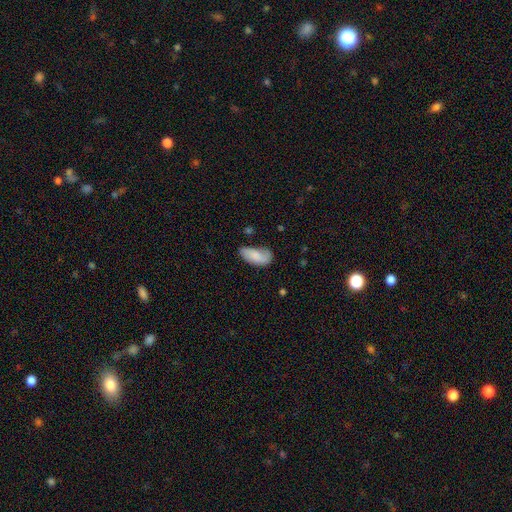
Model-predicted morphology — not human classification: Smooth or featured? smooth (74%)
How rounded? in between (92%)
Merging? none (47%)